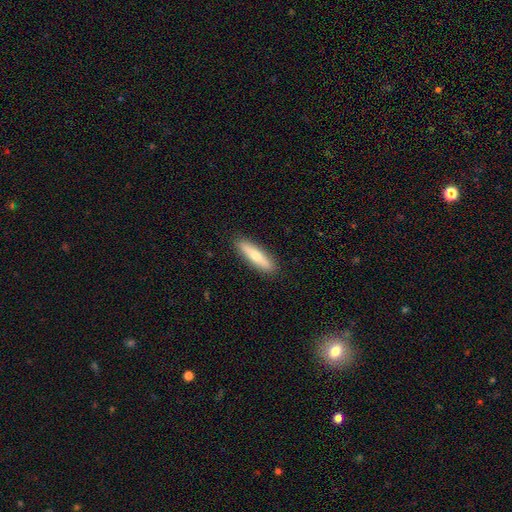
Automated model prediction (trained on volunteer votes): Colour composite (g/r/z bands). It shows a smooth galaxy with no disk features (65%) that is cigar-shaped (79%). Merging: none (90%).